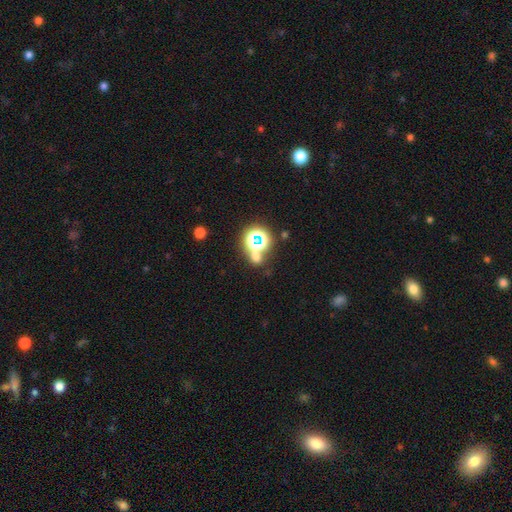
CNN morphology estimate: This appears to be a star or artifact, not a galaxy (48%).